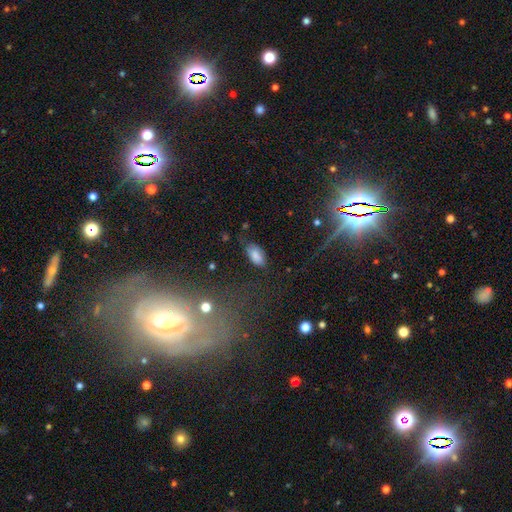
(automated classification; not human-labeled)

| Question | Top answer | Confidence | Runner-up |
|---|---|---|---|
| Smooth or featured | smooth | 82% | star or artifact (9%) |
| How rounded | in between | 93% | cigar-shaped (4%) |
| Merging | none | 66% | minor disturbance (24%) |